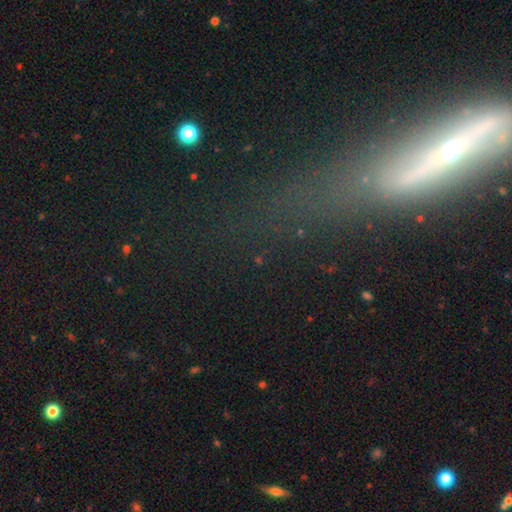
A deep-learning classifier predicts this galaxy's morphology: smooth-or-featured: star or artifact: 46% | smooth: 28% | featured or disk: 26%